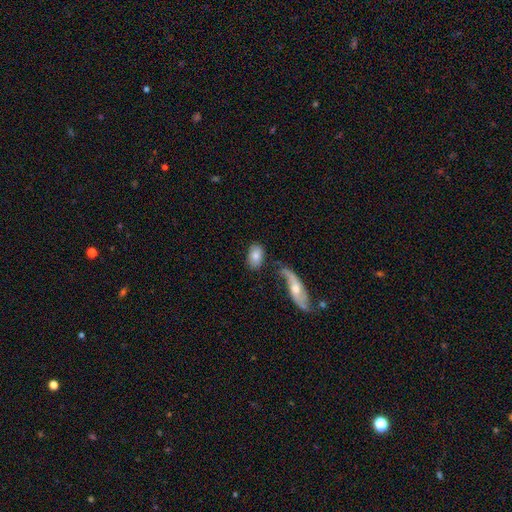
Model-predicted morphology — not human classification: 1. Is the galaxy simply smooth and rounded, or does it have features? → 78% smooth, 16% featured or disk, 6% star or artifact.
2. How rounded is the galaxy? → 90% in between, 8% round, 2% cigar-shaped.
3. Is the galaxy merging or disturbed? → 65% none, 14% merger, 14% minor disturbance, 6% major disturbance.